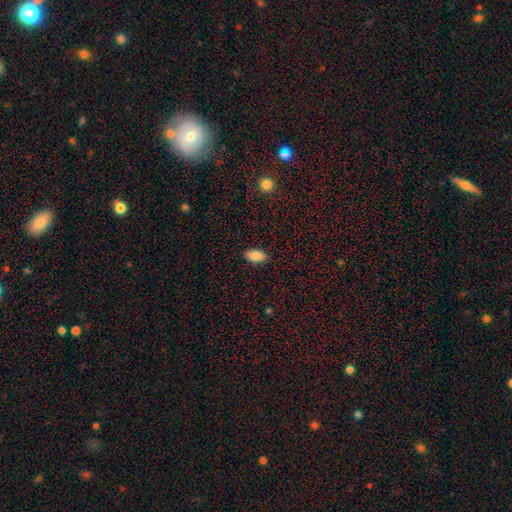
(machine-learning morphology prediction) This is clearly a smooth galaxy (86%). How rounded: clearly in between (92%). Merging: clearly none (88%).